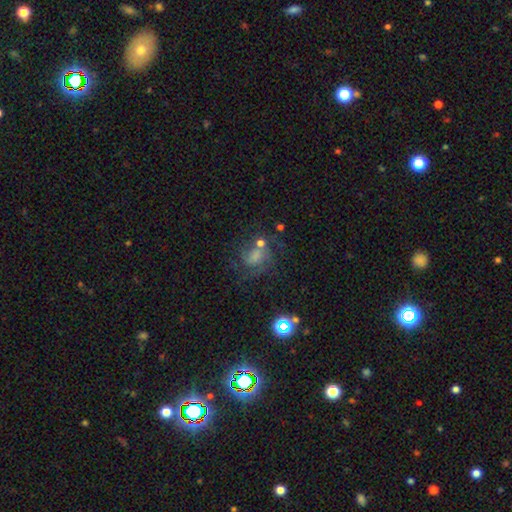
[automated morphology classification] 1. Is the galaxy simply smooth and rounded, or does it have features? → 50% featured or disk, 27% star or artifact, 24% smooth.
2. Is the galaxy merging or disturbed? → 55% none, 17% minor disturbance, 17% major disturbance, 11% merger.